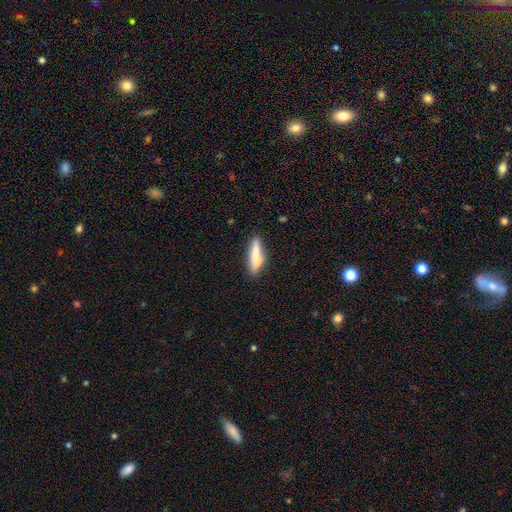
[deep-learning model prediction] Smooth or featured? Predicted: smooth (p=0.73). How rounded? Predicted: cigar-shaped (p=0.75). Merging? Predicted: none (p=0.70).